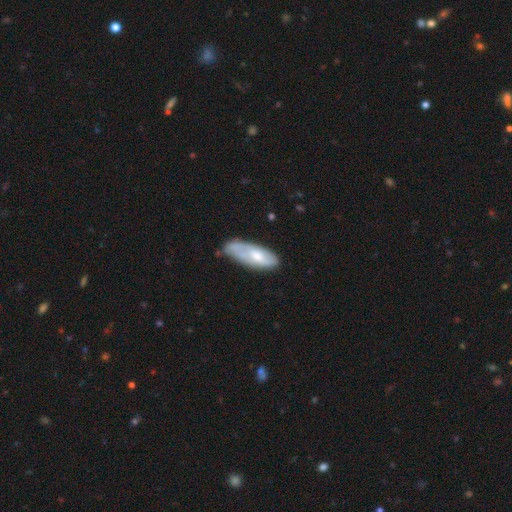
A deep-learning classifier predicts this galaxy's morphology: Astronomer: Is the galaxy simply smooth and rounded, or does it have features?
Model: smooth — 52% (runner-up: featured or disk, 42%).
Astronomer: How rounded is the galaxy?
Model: in between — 69%.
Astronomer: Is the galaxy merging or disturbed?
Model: none — 49% (runner-up: minor disturbance, 35%).